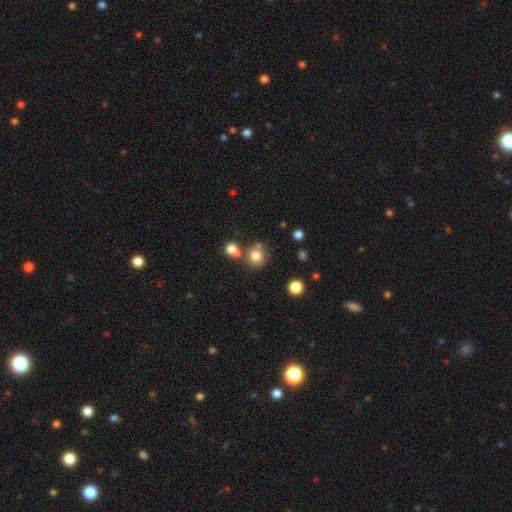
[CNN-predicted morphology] Smooth or featured? smooth (80%)
How rounded? round (87%)
Merging? none (65%)